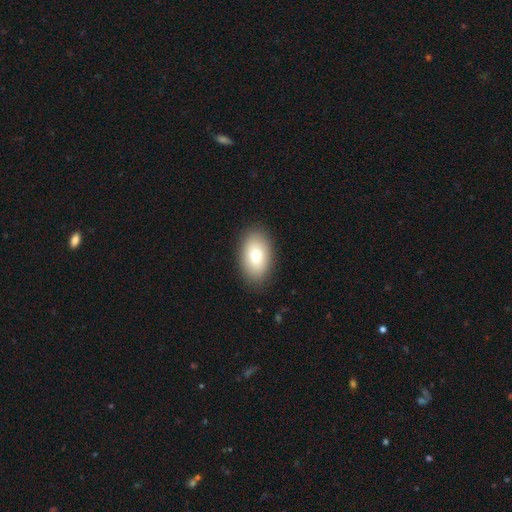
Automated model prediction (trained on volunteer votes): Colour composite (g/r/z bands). It shows a smooth galaxy with no disk features (79%) that is in between round and cigar-shaped (92%). Merging: none (87%).